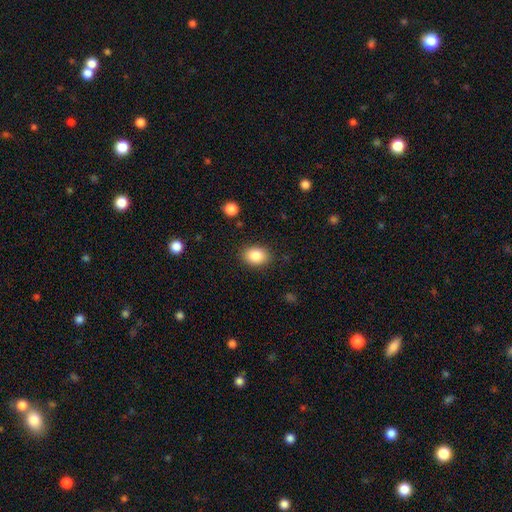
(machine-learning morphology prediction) Smooth or featured? Predicted: smooth (p=0.86). How rounded? Predicted: in between (p=0.72). Merging? Predicted: none (p=0.87).